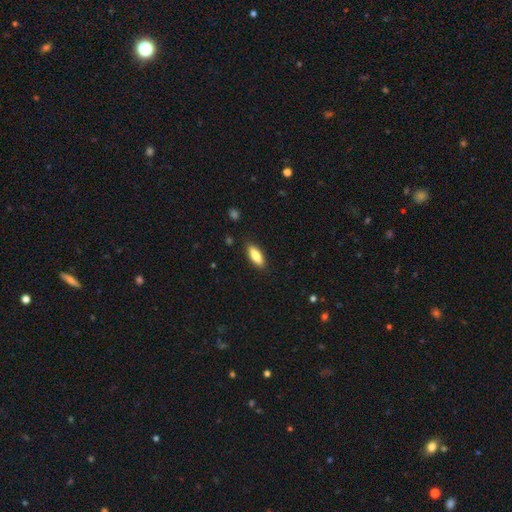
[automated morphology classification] Overall: smooth (81%). How rounded: in between (64%; cigar-shaped 34%). Merging: none (88%).